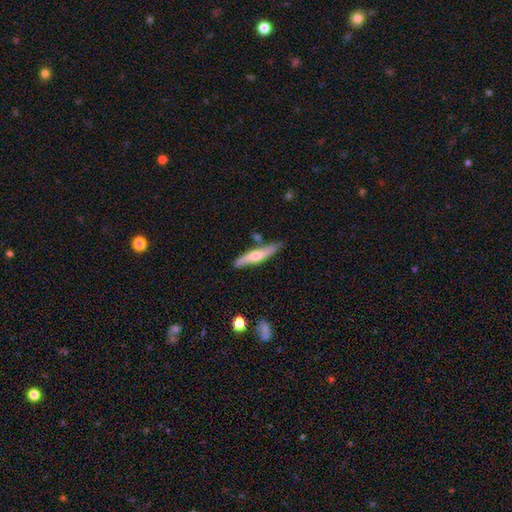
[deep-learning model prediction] This is possibly a featured or disk galaxy (51%). It is clearly viewed edge-on (85%). Merging: likely none (73%).